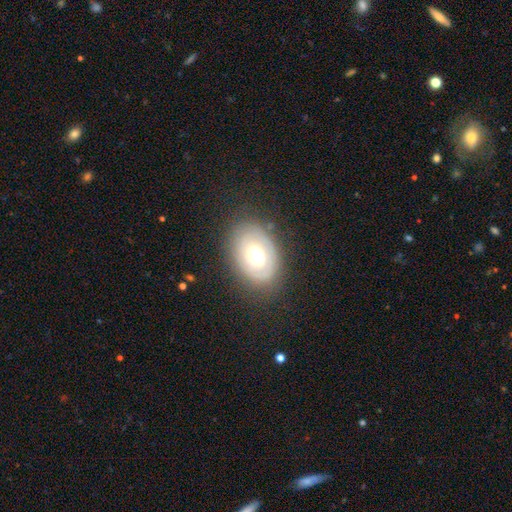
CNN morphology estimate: Smooth or featured? Predicted: smooth (p=0.49). Merging? Predicted: none (p=0.77).